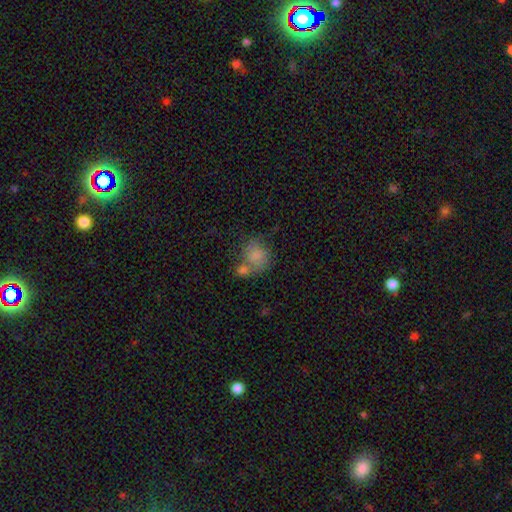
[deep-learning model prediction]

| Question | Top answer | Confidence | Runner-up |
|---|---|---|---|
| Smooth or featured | smooth | 77% | featured or disk (14%) |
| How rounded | round | 70% | in between (29%) |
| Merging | merger | 41% | none (33%) |